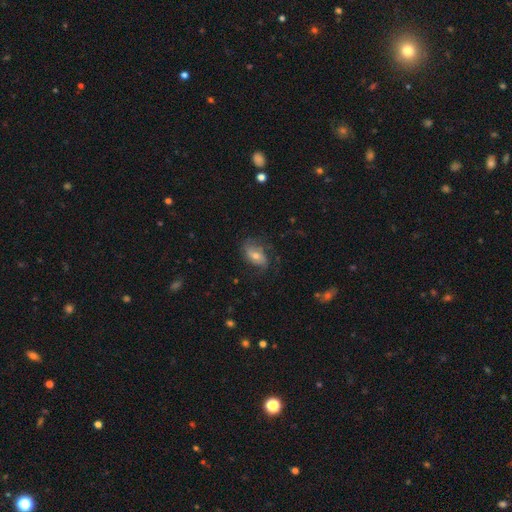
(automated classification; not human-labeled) A featured or disk galaxy (48%). Merging: none (60%).